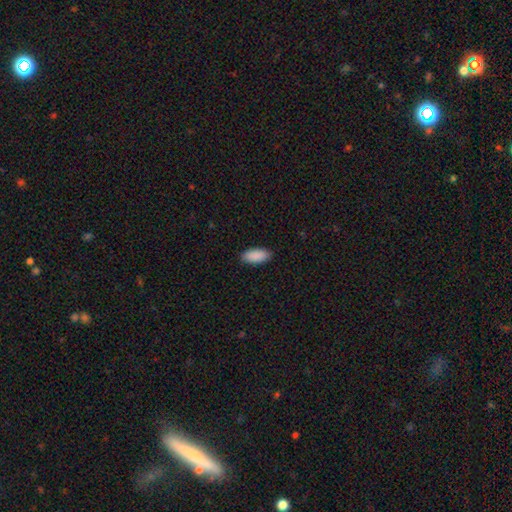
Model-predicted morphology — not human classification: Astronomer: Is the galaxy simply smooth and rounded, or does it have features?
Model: smooth — 91%.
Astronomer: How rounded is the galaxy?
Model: in between — 89%.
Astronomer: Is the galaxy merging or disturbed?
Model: none — 88%.